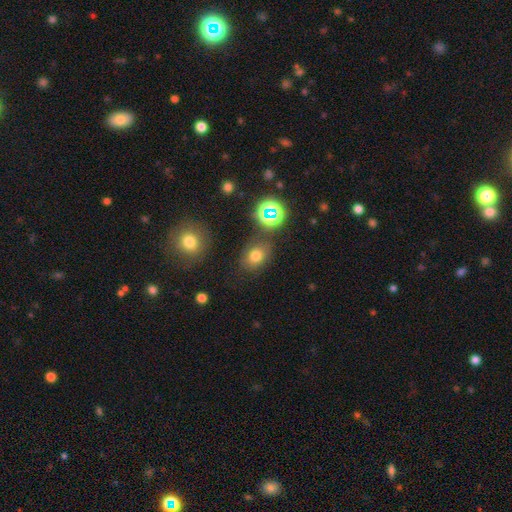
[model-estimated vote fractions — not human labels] smooth_or_featured: smooth (p=0.70) [alt: star or artifact p=0.21]
how_rounded: in between (p=0.54) [alt: round p=0.45]
merging: none (p=0.74) [alt: minor disturbance p=0.14]